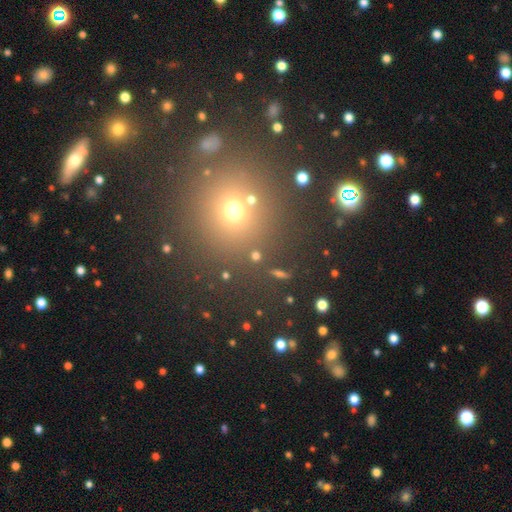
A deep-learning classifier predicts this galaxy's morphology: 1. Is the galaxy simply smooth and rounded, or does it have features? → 62% smooth, 26% star or artifact, 12% featured or disk.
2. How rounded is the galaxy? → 58% round, 31% in between, 11% cigar-shaped.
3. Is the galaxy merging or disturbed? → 81% none, 8% minor disturbance, 7% merger, 4% major disturbance.